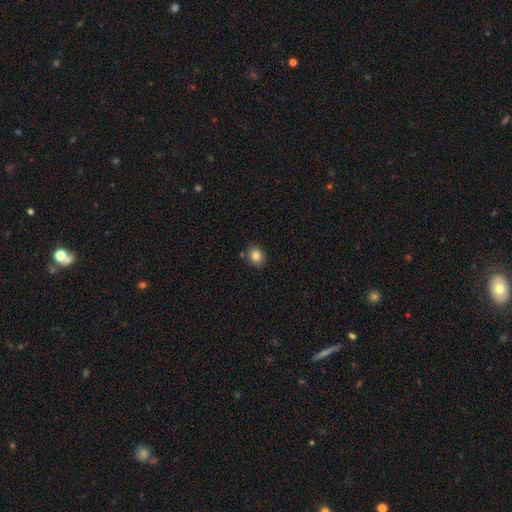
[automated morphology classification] smooth-or-featured: smooth: 84% | star or artifact: 10% | featured or disk: 6%
  how-rounded: round: 58% | in between: 41% | cigar-shaped: 1%
  merging: none: 83% | minor disturbance: 11% | merger: 4% | major disturbance: 2%